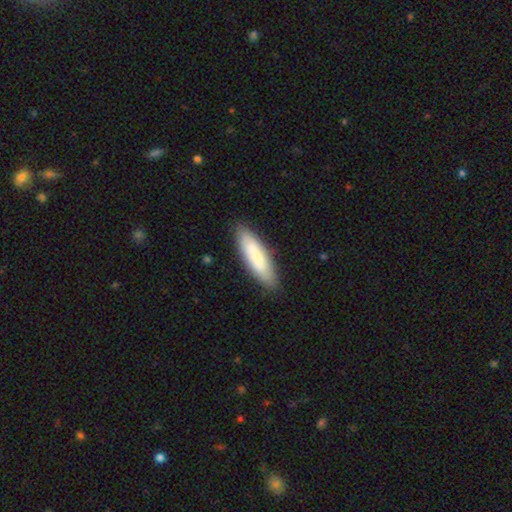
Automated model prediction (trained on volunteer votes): A smooth galaxy with no disk features (79%) that is cigar-shaped (63%). Merging: none (86%).